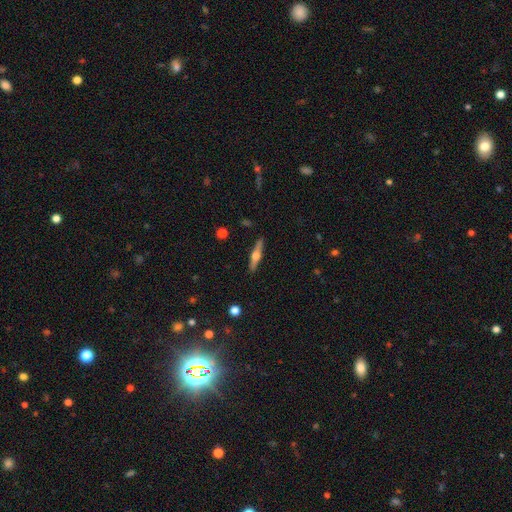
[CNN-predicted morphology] Smooth or featured?
  - featured or disk: 69% *
  - smooth: 26%
  - star or artifact: 6%
Edge-on disk?
  - yes: 97% *
  - no: 3%
Edge-on bulge?
  - rounded: 93% *
  - boxy: 5%
  - none: 2%
Merging?
  - none: 90% *
  - minor disturbance: 7%
  - major disturbance: 2%
  - merger: 1%